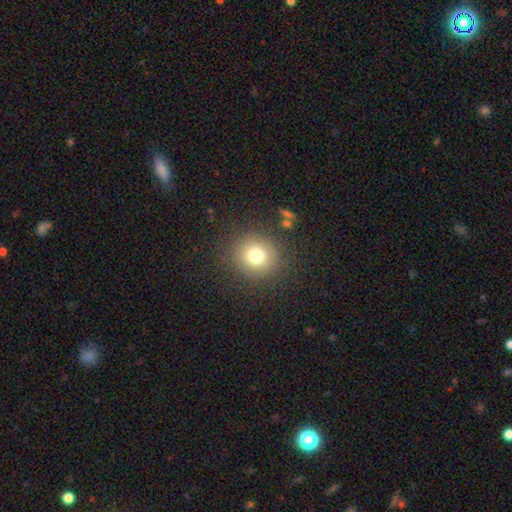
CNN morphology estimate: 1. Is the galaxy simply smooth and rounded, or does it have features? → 75% smooth, 15% star or artifact, 10% featured or disk.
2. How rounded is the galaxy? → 90% round, 9% in between, 1% cigar-shaped.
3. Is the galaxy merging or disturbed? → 87% none, 8% minor disturbance, 4% major disturbance, 2% merger.